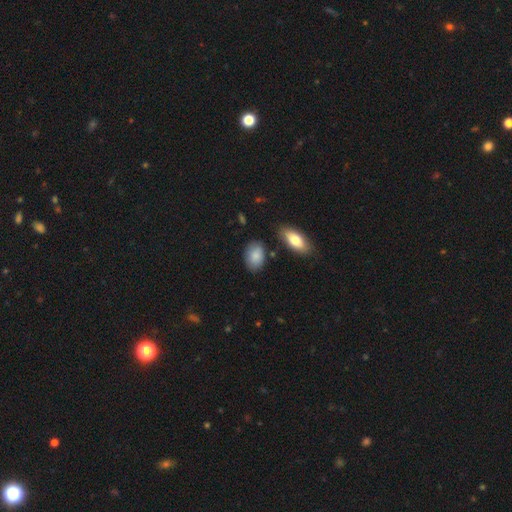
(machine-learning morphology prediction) A smooth galaxy with no disk features (85%) that is in between round and cigar-shaped (87%).

Vote fractions:
- Smooth or featured? smooth: 85% / featured or disk: 9% / star or artifact: 6%
- How rounded? in between: 87% / round: 12% / cigar-shaped: 2%
- Merging? none: 76% / minor disturbance: 16% / merger: 4% / major disturbance: 3%